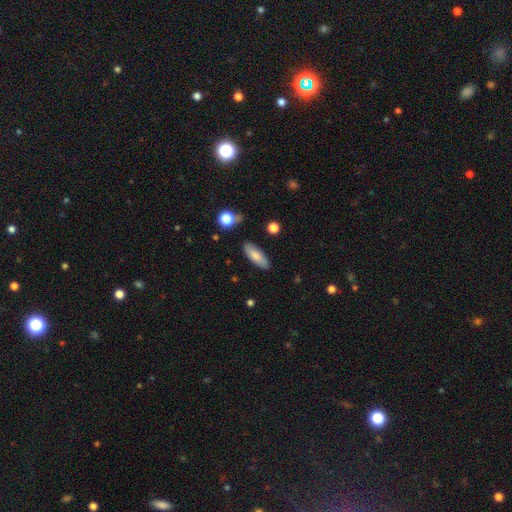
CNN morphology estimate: The model was most divided on "how rounded": in between: 70%, cigar-shaped: 28%, round: 2%. More confident: merging — none (84%); smooth or featured — smooth (78%).